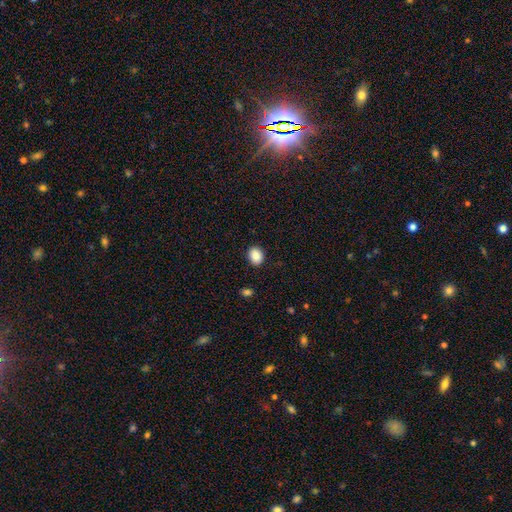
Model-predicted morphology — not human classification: Smooth or featured? smooth (89%)
How rounded? in between (56%)
Merging? none (90%)